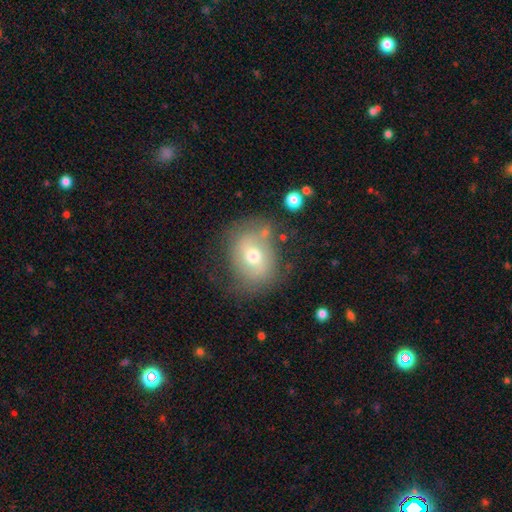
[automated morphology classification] Smooth or featured? smooth (53%)
How rounded? round (52%)
Merging? none (62%)